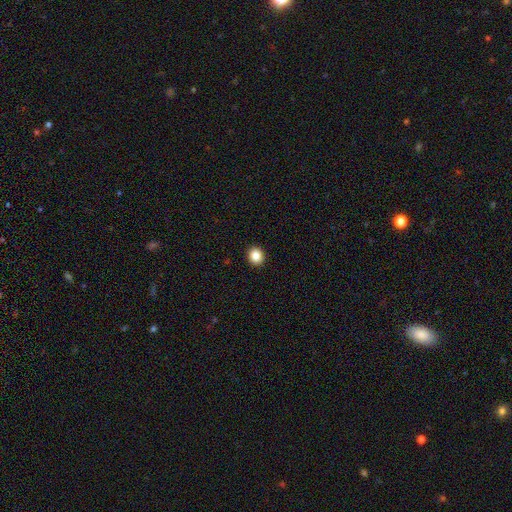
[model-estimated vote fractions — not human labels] Smooth or featured? Predicted: smooth (p=0.85). How rounded? Predicted: round (p=0.79). Merging? Predicted: none (p=0.93).